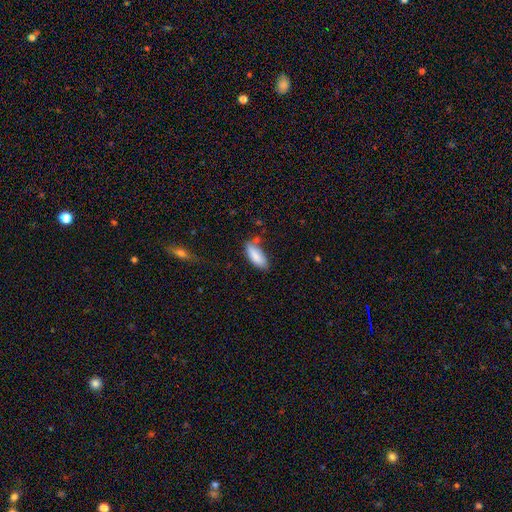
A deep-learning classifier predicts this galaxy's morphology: smooth 85%, featured or disk 8%, star or artifact 7%. Down the decision tree: how rounded — in between (78%); merging — none (62%).